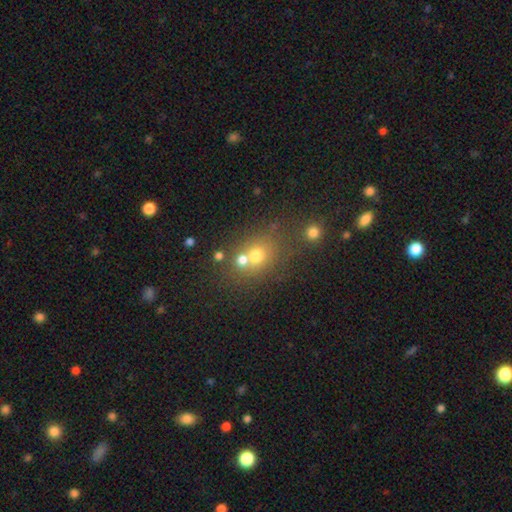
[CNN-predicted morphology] The model was most divided on "merging": none: 48%, merger: 38%, minor disturbance: 9%, major disturbance: 5%. More confident: how rounded — round (70%); smooth or featured — smooth (66%).